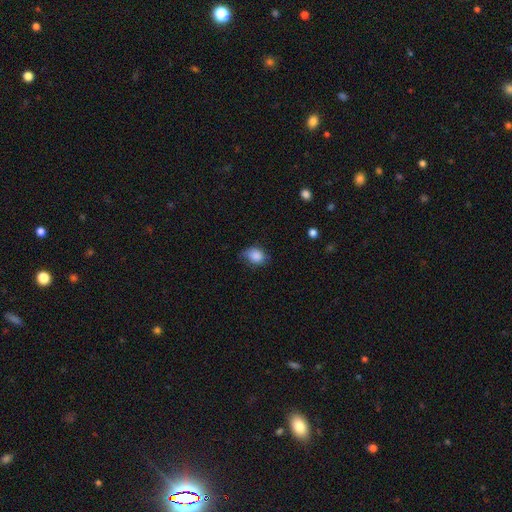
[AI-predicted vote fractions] Smooth or featured?
  - smooth: 86% *
  - star or artifact: 8%
  - featured or disk: 6%
How rounded?
  - in between: 63% *
  - round: 35%
  - cigar-shaped: 1%
Merging?
  - none: 61% *
  - minor disturbance: 32%
  - major disturbance: 6%
  - merger: 1%